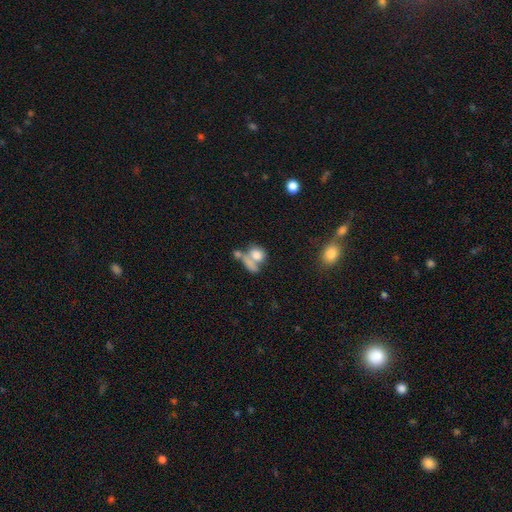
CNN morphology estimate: Smooth or featured?
  - smooth: 73% *
  - featured or disk: 16%
  - star or artifact: 10%
How rounded?
  - in between: 50% *
  - round: 45%
  - cigar-shaped: 5%
Merging?
  - merger: 49% *
  - none: 30%
  - major disturbance: 11%
  - minor disturbance: 11%